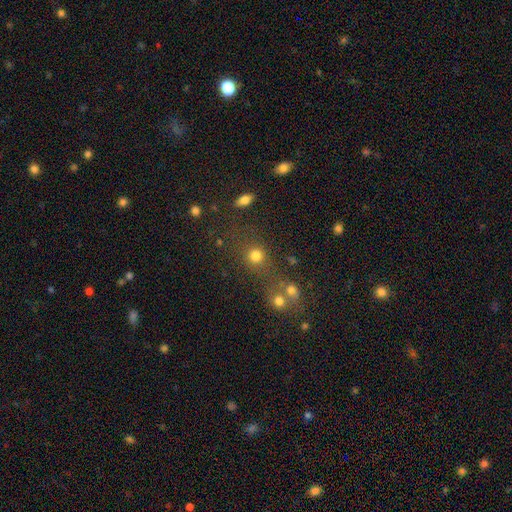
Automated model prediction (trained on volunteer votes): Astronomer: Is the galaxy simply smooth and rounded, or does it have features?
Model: smooth — 78%.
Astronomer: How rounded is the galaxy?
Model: round — 86%.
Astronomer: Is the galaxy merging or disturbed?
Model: none — 63%.